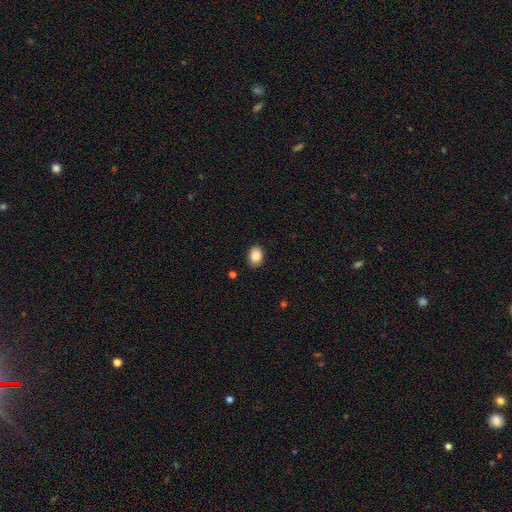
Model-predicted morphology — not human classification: smooth_or_featured: smooth (p=0.88) [alt: star or artifact p=0.08]
how_rounded: in between (p=0.67) [alt: round p=0.32]
merging: none (p=0.87) [alt: minor disturbance p=0.10]